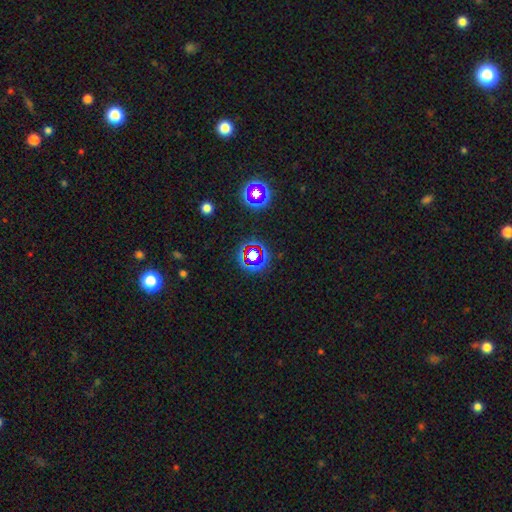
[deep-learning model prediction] This is likely a star or artifact rather than a galaxy (65%).